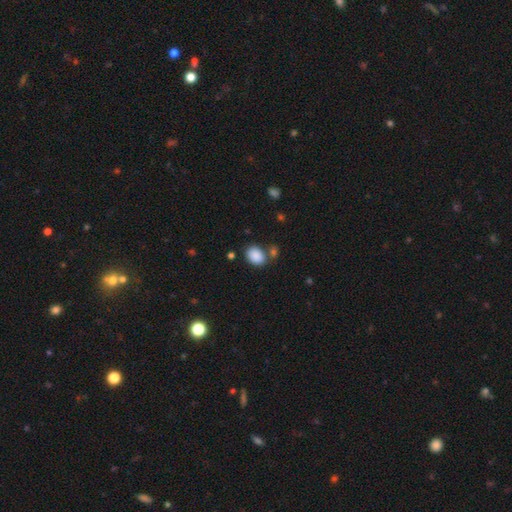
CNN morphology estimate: A smooth galaxy with no disk features (88%) that is in between round and cigar-shaped (67%). Merging: none (70%).